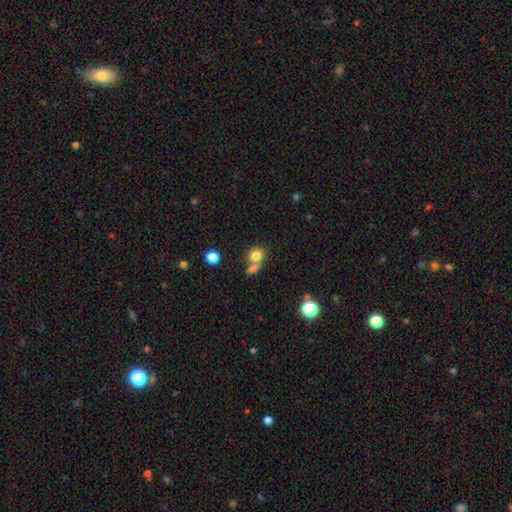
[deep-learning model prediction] The model was most divided on "merging": none: 44%, merger: 41%, minor disturbance: 10%, major disturbance: 5%. More confident: smooth or featured — smooth (79%); how rounded — round (68%).